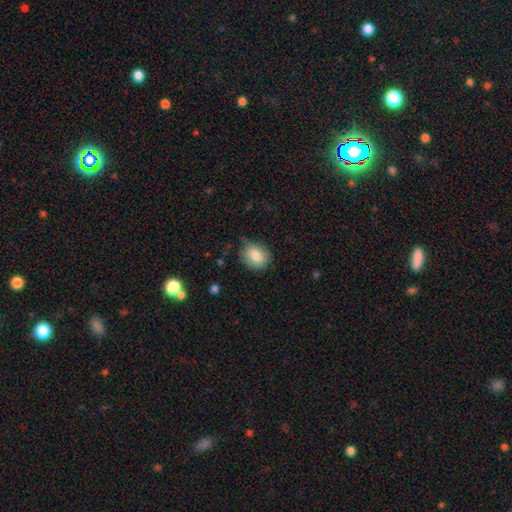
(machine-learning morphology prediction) Q: Smooth or featured?
A: smooth (80%); runner-up: featured or disk (12%)
Q: How rounded?
A: round (62%); runner-up: in between (37%)
Q: Merging?
A: none (67%); runner-up: minor disturbance (26%)